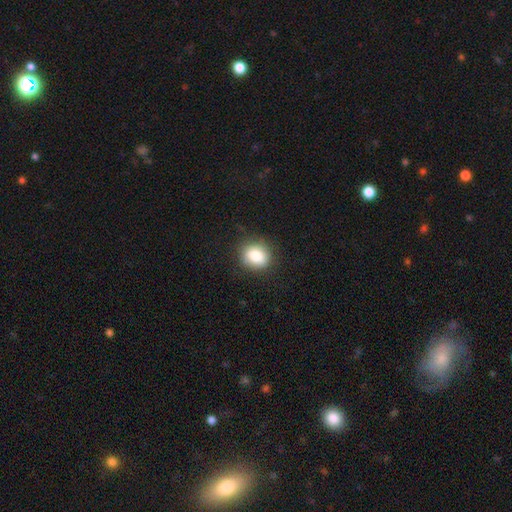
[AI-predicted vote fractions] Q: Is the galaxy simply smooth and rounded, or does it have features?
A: smooth — 86%.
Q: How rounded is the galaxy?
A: round — 60%.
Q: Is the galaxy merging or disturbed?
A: none — 83%.